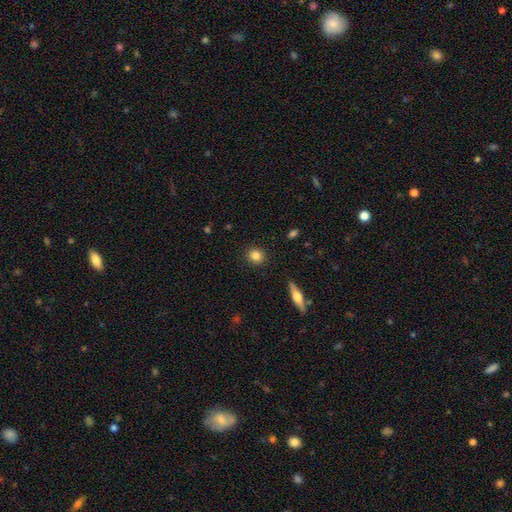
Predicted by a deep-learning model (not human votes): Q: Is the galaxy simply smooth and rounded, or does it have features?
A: smooth — 84%.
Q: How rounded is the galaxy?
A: round — 84%.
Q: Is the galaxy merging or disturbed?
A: none — 91%.